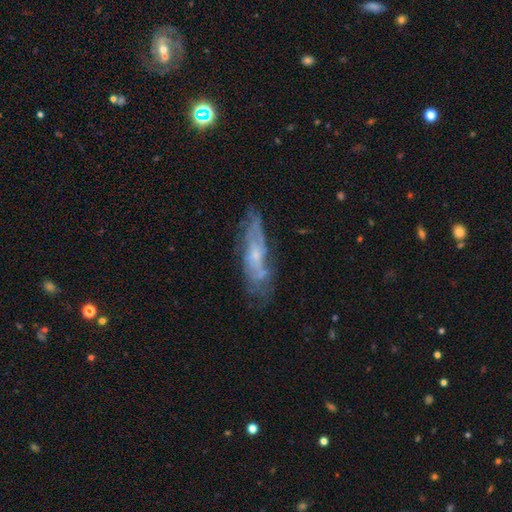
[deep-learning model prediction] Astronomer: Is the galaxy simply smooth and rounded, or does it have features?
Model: featured or disk — 64%.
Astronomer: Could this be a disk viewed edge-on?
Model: no — 68%.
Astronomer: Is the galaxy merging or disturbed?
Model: none — 65%.